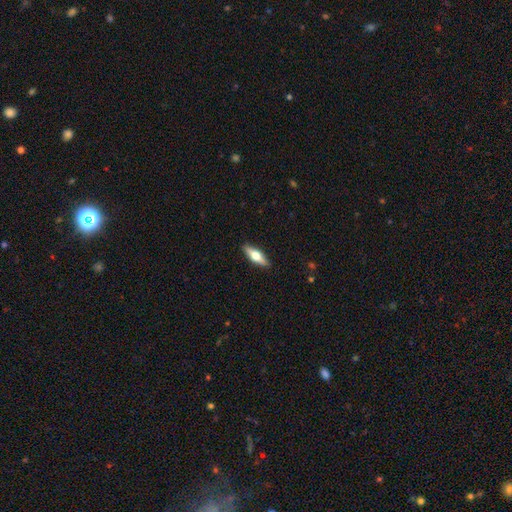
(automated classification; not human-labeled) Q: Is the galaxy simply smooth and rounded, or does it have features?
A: smooth — 49%.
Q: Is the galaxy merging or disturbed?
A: none — 89%.